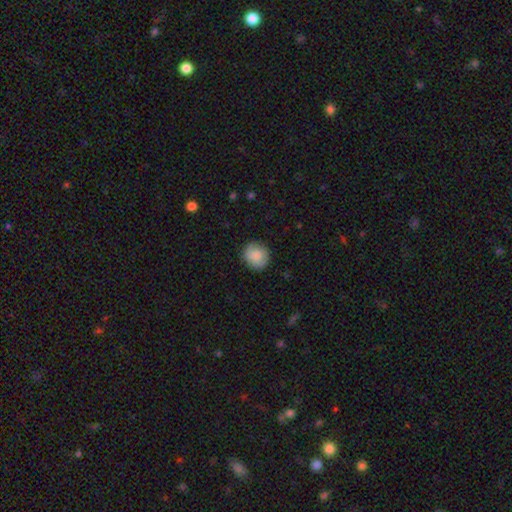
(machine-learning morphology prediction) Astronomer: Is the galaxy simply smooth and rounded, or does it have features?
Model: smooth — 83%.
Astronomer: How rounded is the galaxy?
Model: round — 88%.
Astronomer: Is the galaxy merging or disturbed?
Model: none — 85%.